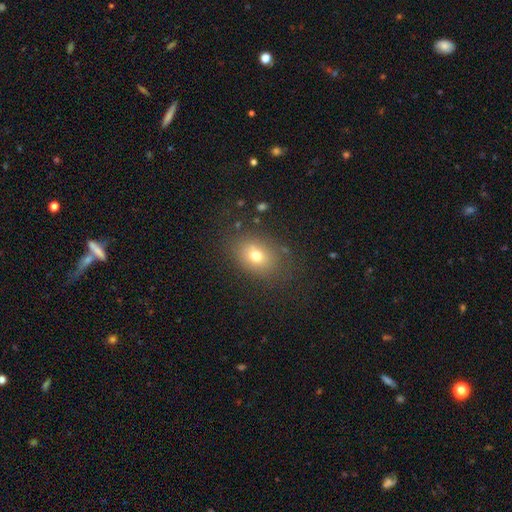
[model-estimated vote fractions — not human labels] smooth 72%, star or artifact 14%, featured or disk 14%. Down the decision tree: how rounded — in between (63%); merging — none (77%).